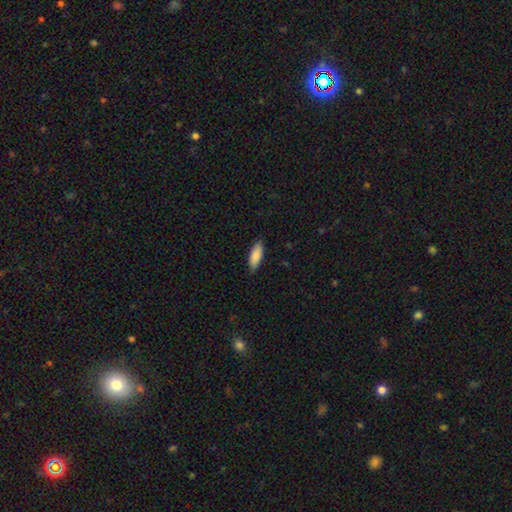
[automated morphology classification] Q: Smooth or featured?
A: smooth (86%); runner-up: featured or disk (8%)
Q: How rounded?
A: in between (66%); runner-up: cigar-shaped (32%)
Q: Merging?
A: none (84%); runner-up: minor disturbance (13%)